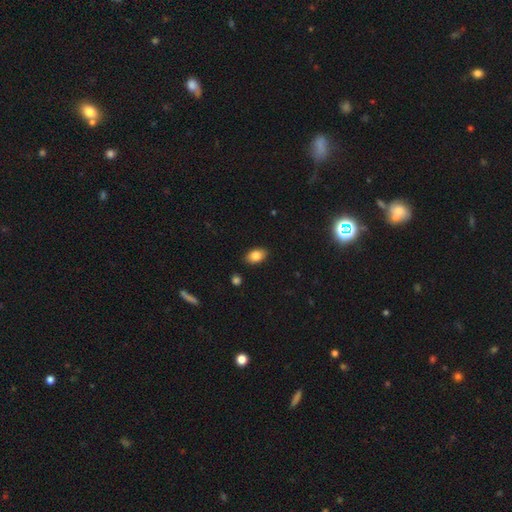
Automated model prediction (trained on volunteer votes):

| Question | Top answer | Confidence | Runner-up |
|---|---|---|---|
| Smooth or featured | smooth | 83% | featured or disk (9%) |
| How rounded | in between | 89% | round (9%) |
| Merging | none | 88% | minor disturbance (9%) |